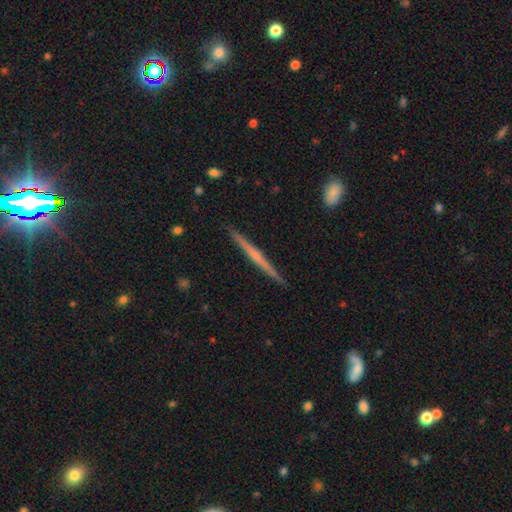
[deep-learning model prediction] Q: Smooth or featured?
A: featured or disk (67%); runner-up: smooth (27%)
Q: Edge-on disk?
A: yes (98%); runner-up: no (2%)
Q: Edge-on bulge?
A: none (54%); runner-up: rounded (38%)
Q: Merging?
A: none (92%); runner-up: minor disturbance (5%)